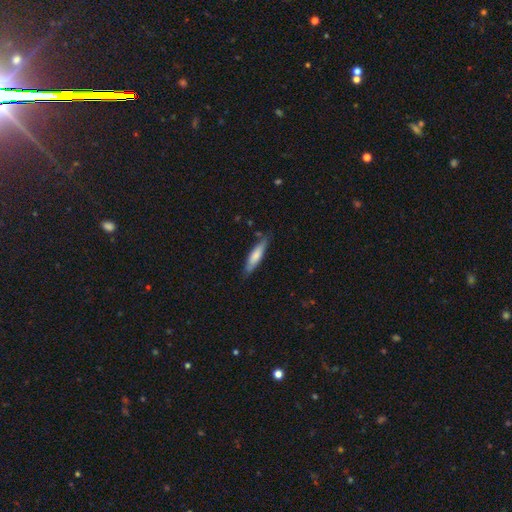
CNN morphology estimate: Smooth or featured? smooth (71%)
How rounded? cigar-shaped (77%)
Merging? none (80%)